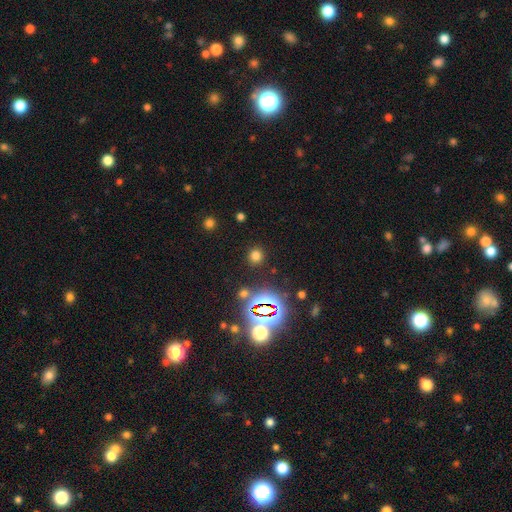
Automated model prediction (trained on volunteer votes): smooth-or-featured: smooth: 66% | star or artifact: 27% | featured or disk: 6%
  how-rounded: round: 90% | in between: 9% | cigar-shaped: 1%
  merging: none: 88% | minor disturbance: 6% | major disturbance: 3% | merger: 3%